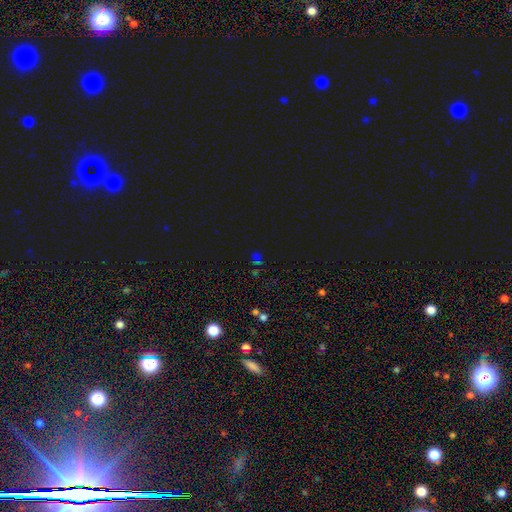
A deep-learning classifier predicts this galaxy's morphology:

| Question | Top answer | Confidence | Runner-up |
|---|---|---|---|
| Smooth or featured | star or artifact | 62% | smooth (29%) |